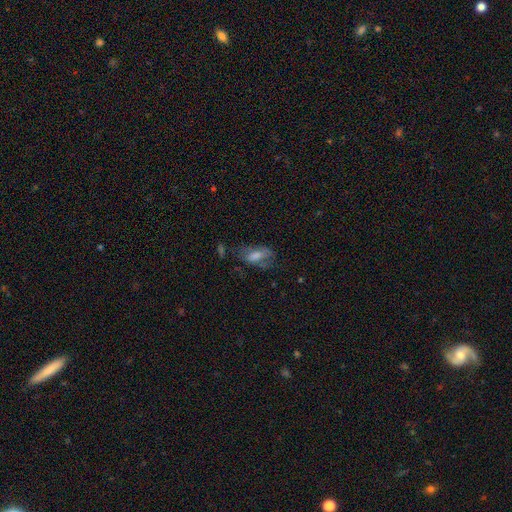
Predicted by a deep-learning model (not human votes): Overall: smooth (58%; featured or disk 31%). How rounded: in between (81%). Merging: none (44%; minor disturbance 26%).